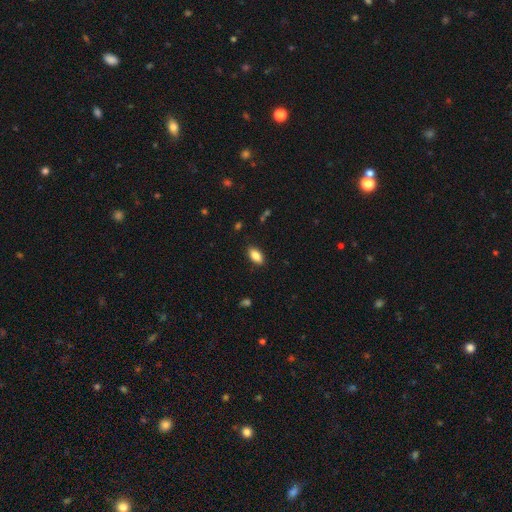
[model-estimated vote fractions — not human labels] smooth-or-featured: smooth: 86% | star or artifact: 8% | featured or disk: 6%
  how-rounded: in between: 91% | cigar-shaped: 5% | round: 4%
  merging: none: 87% | minor disturbance: 9% | major disturbance: 2% | merger: 1%